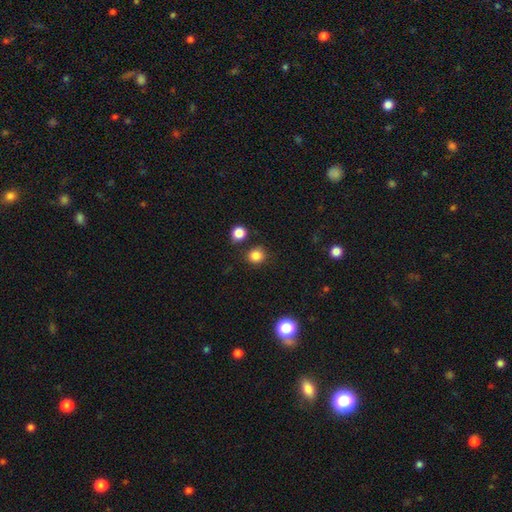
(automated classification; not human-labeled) Smooth or featured? Predicted: smooth (p=0.84). How rounded? Predicted: round (p=0.90). Merging? Predicted: none (p=0.83).